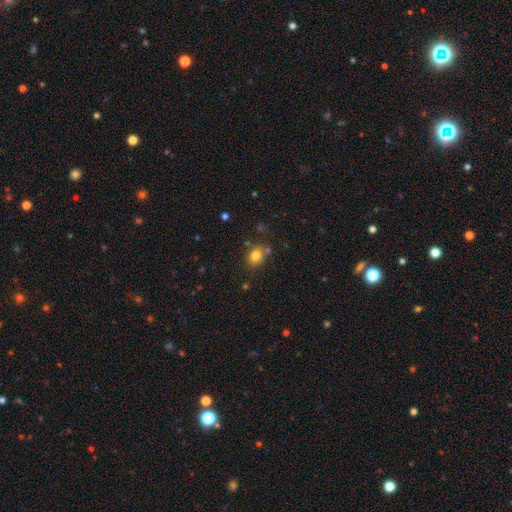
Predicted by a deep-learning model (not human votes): Q: Smooth or featured?
A: smooth (79%); runner-up: star or artifact (13%)
Q: How rounded?
A: round (64%); runner-up: in between (35%)
Q: Merging?
A: none (76%); runner-up: minor disturbance (13%)